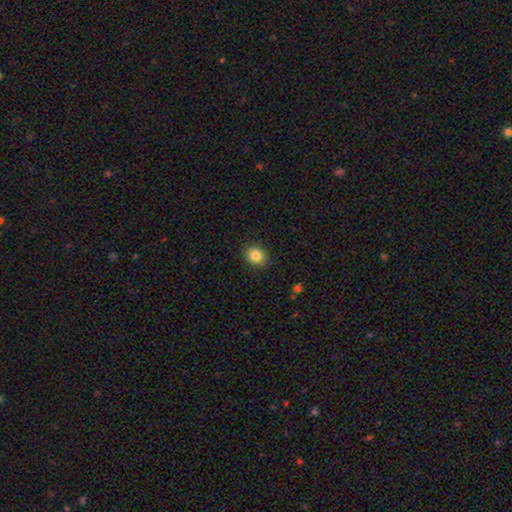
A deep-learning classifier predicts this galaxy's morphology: Smooth or featured? smooth (85%)
How rounded? round (66%)
Merging? none (88%)